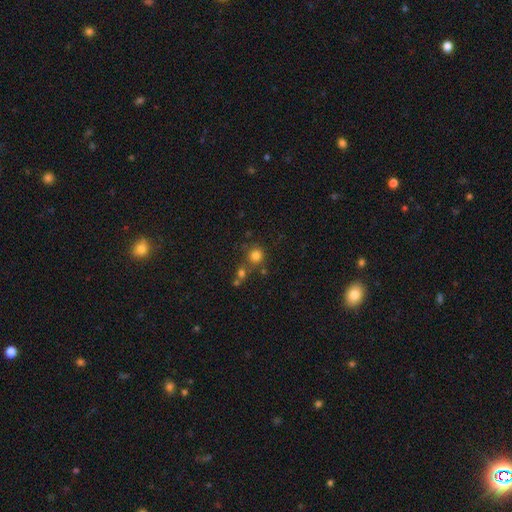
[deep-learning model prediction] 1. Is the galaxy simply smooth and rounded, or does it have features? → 78% smooth, 15% star or artifact, 7% featured or disk.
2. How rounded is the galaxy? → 90% round, 9% in between, 1% cigar-shaped.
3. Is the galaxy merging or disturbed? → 66% none, 20% merger, 10% minor disturbance, 4% major disturbance.